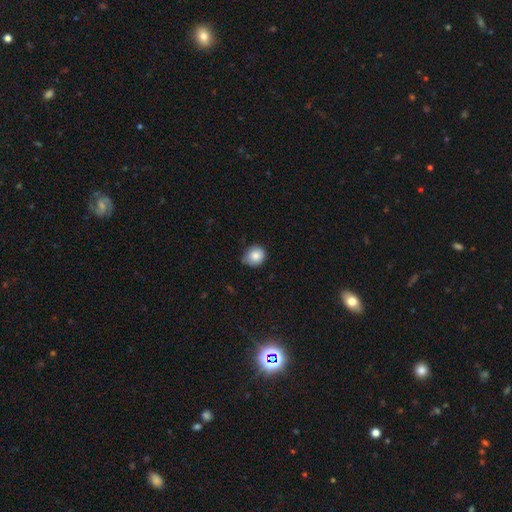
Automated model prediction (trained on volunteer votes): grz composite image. It shows a smooth galaxy with no disk features (85%) that is round (78%). Merging: none (68%).